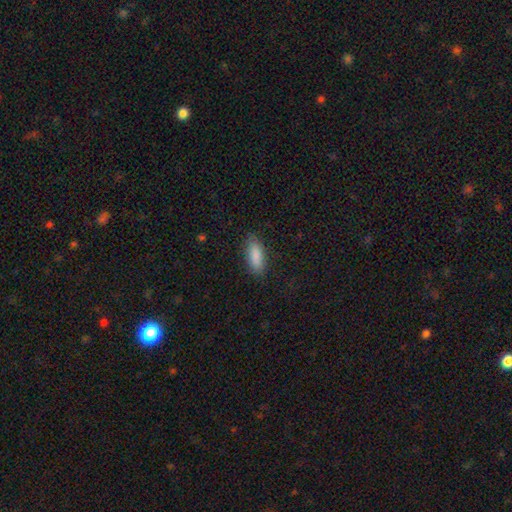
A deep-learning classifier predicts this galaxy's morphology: Smooth or featured?
  - smooth: 88% *
  - star or artifact: 6%
  - featured or disk: 6%
How rounded?
  - in between: 78% *
  - cigar-shaped: 20%
  - round: 2%
Merging?
  - none: 84% *
  - minor disturbance: 12%
  - major disturbance: 3%
  - merger: 1%